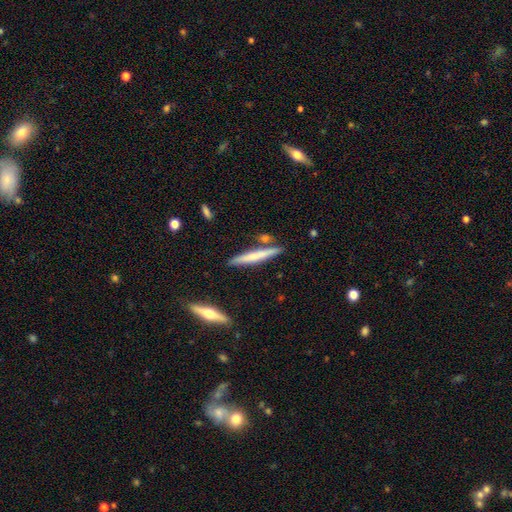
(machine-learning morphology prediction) smooth-or-featured: smooth: 55% | featured or disk: 39% | star or artifact: 6%
  how-rounded: cigar-shaped: 95% | in between: 4% | round: 1%
  merging: none: 81% | minor disturbance: 10% | merger: 7% | major disturbance: 2%